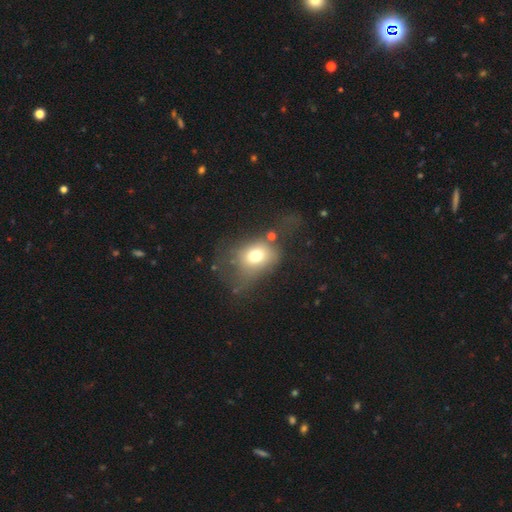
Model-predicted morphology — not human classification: Smooth or featured?
  - smooth: 67% *
  - featured or disk: 20%
  - star or artifact: 13%
How rounded?
  - in between: 55% *
  - round: 43%
  - cigar-shaped: 1%
Merging?
  - major disturbance: 38% *
  - none: 34%
  - minor disturbance: 22%
  - merger: 6%